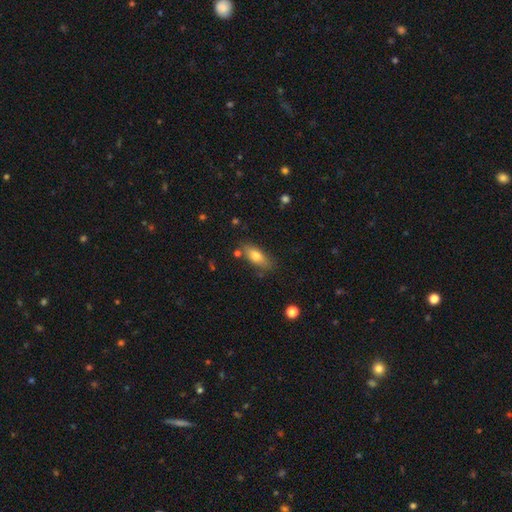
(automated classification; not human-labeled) The model was most divided on "how rounded": in between: 75%, cigar-shaped: 21%, round: 4%. More confident: smooth or featured — smooth (75%); merging — none (73%).